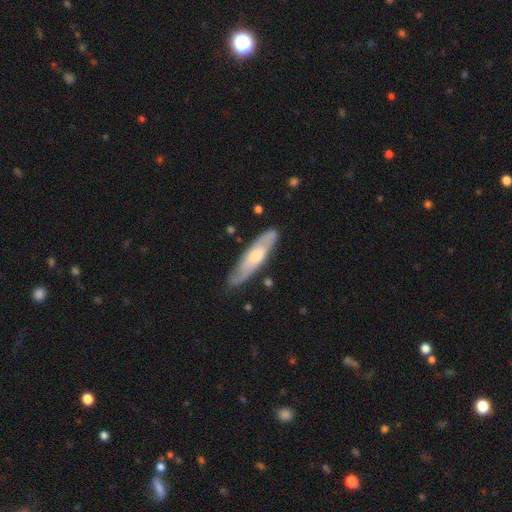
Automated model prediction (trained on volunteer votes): Smooth or featured? featured or disk (61%)
Edge-on disk? no (58%)
Merging? none (82%)